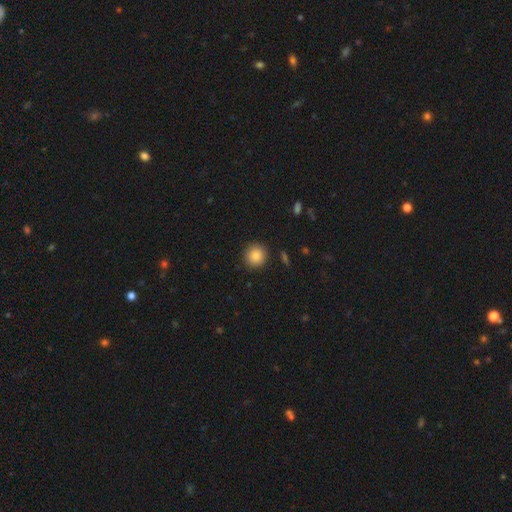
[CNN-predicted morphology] The model was most divided on "smooth or featured": smooth: 87%, star or artifact: 9%, featured or disk: 4%. More confident: how rounded — round (92%); merging — none (90%).